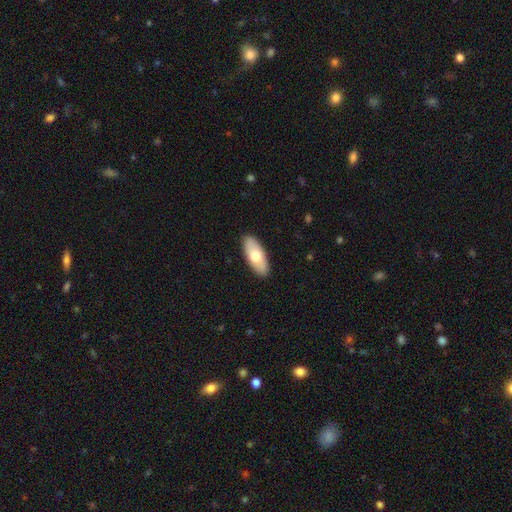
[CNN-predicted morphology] The model was most divided on "smooth or featured": smooth: 68%, featured or disk: 26%, star or artifact: 5%. More confident: merging — none (90%); how rounded — in between (85%).